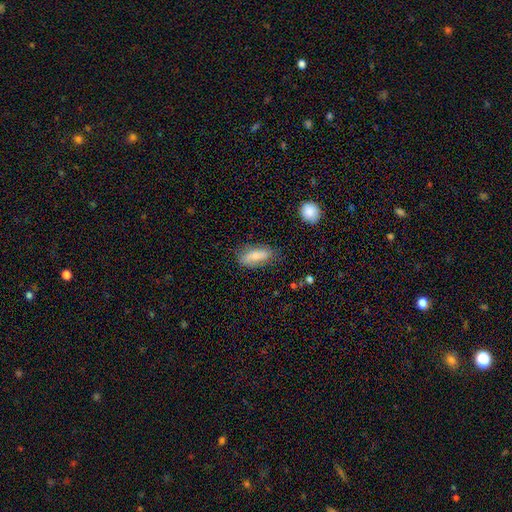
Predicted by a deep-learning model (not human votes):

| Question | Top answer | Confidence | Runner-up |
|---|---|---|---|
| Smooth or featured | smooth | 67% | featured or disk (25%) |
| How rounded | in between | 82% | cigar-shaped (14%) |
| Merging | none | 71% | minor disturbance (22%) |